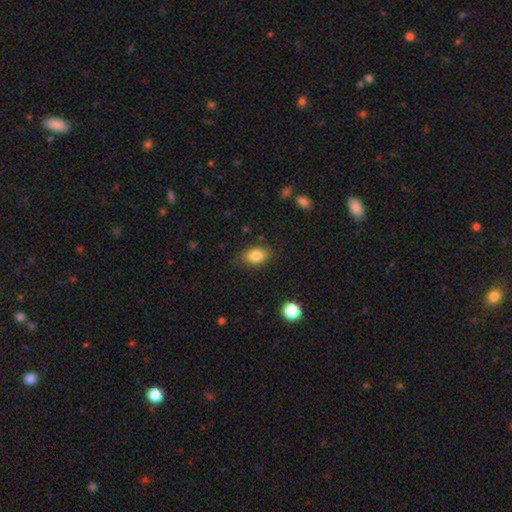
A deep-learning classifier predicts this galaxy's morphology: Q: Smooth or featured?
A: smooth (83%); runner-up: star or artifact (9%)
Q: How rounded?
A: in between (82%); runner-up: round (16%)
Q: Merging?
A: none (80%); runner-up: minor disturbance (15%)